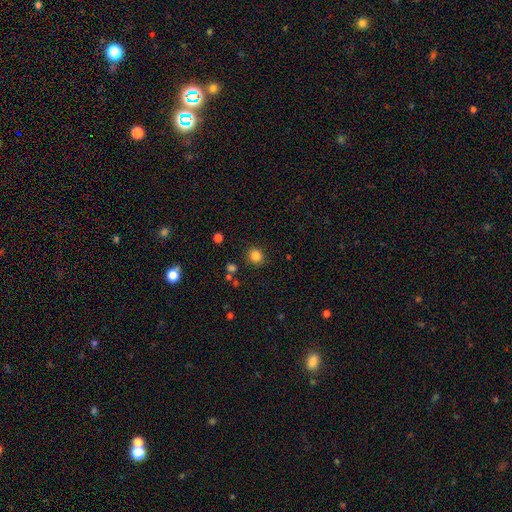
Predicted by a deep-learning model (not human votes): smooth 83%, star or artifact 12%, featured or disk 5%. Down the decision tree: how rounded — round (74%); merging — none (87%).